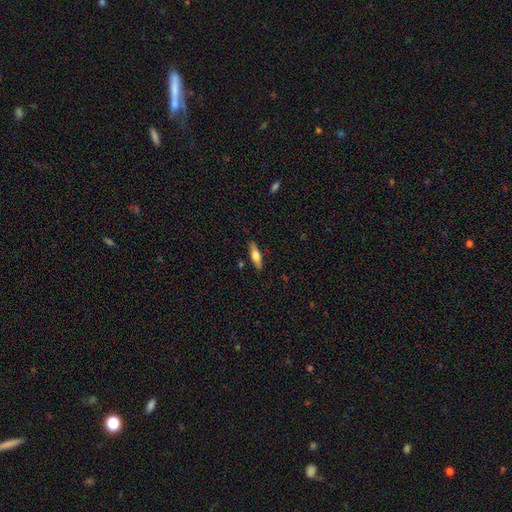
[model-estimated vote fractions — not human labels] smooth 61%, featured or disk 33%, star or artifact 6%. Down the decision tree: how rounded — cigar-shaped (51%); merging — none (87%).